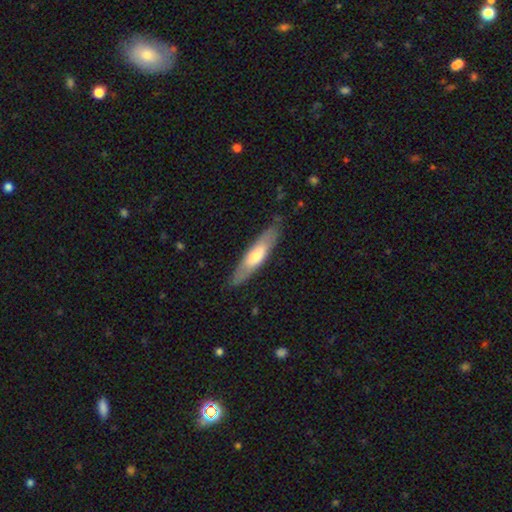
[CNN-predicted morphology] Smooth or featured: smooth — 55% (featured or disk — 40%)
How rounded: cigar-shaped — 74% (in between — 24%)
Merging: none — 84% (minor disturbance — 12%)